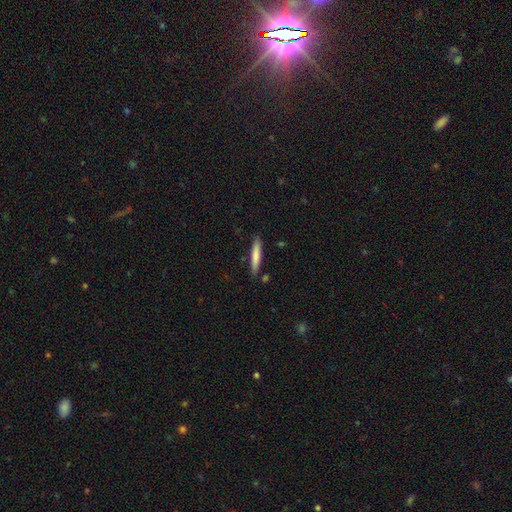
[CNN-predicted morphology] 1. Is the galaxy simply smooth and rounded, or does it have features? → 76% smooth, 19% featured or disk, 5% star or artifact.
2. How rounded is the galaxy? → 92% cigar-shaped, 7% in between, 1% round.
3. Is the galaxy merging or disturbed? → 85% none, 10% minor disturbance, 3% merger, 2% major disturbance.